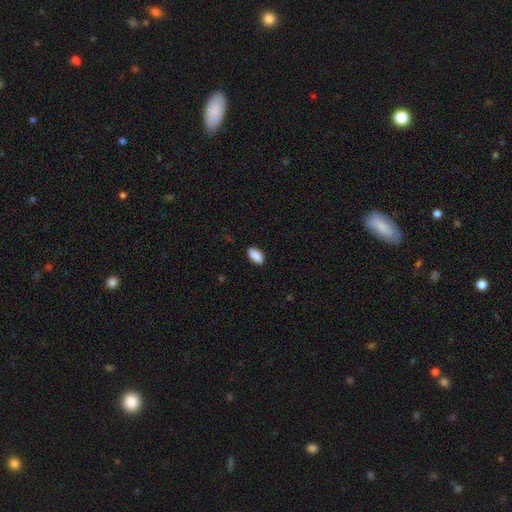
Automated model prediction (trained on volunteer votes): Smooth or featured? smooth (90%)
How rounded? in between (94%)
Merging? none (88%)